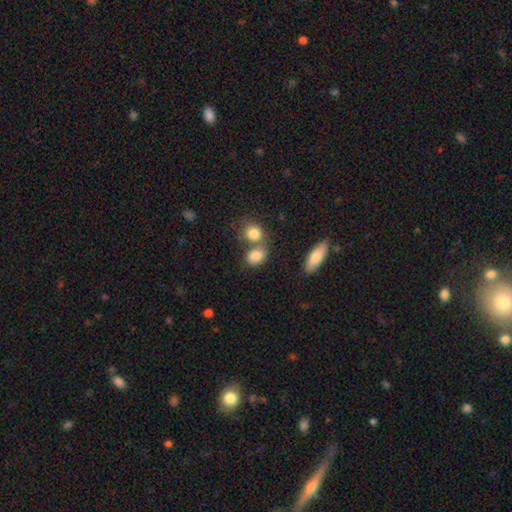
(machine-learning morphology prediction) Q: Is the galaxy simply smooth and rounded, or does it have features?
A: smooth — 84%.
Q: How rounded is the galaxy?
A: in between — 66%.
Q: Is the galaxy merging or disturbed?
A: none — 44%.